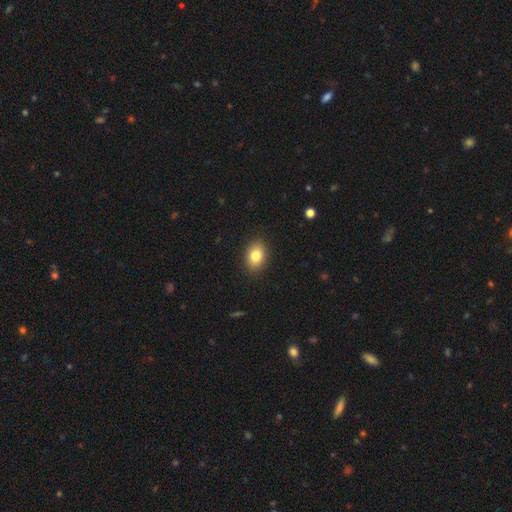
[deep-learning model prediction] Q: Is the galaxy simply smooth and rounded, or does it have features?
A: smooth — 82%.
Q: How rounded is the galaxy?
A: in between — 74%.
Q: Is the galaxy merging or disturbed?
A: none — 89%.